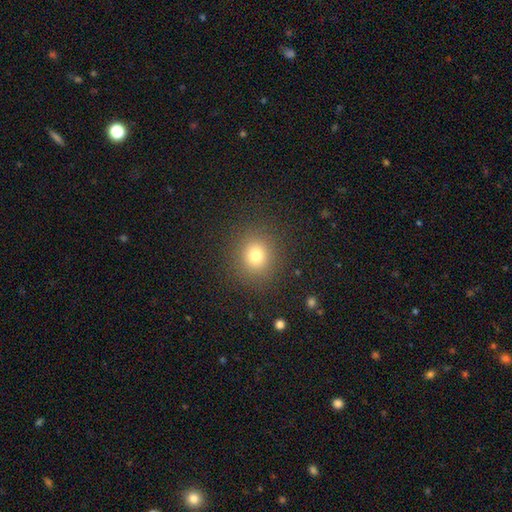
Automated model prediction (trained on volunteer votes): Overall: smooth (75%). How rounded: round (87%). Merging: none (88%).